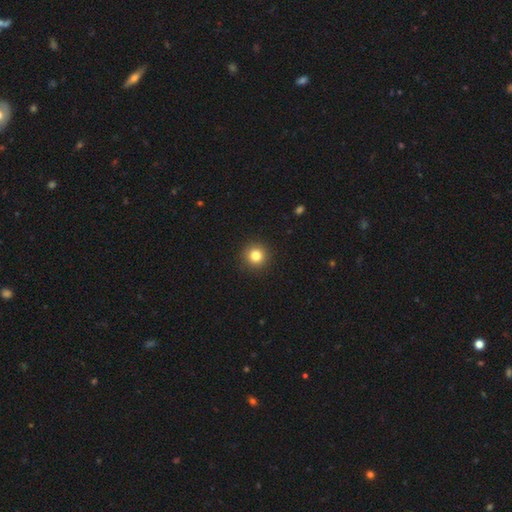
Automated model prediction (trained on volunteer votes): This appears to be a smooth galaxy with no disk features (82%) that is round (95%). Merging: none (92%).